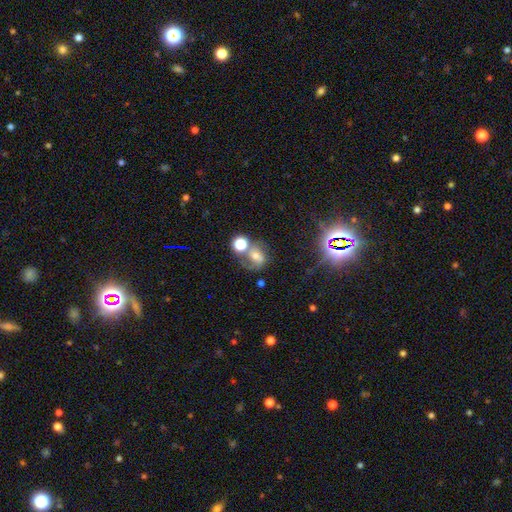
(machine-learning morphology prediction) Q: Smooth or featured?
A: smooth (42%); runner-up: featured or disk (37%)
Q: Merging?
A: none (37%); runner-up: merger (34%)